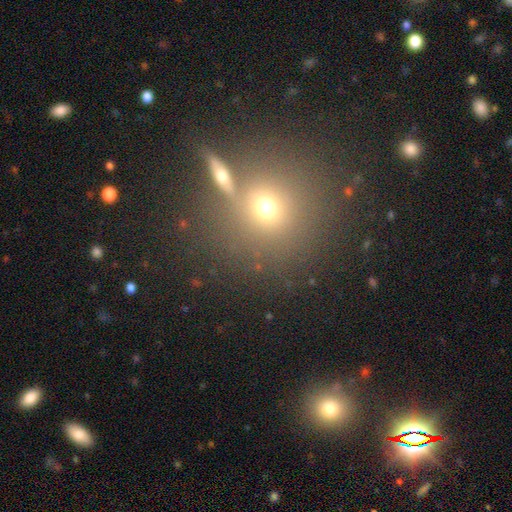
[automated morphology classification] The model was most divided on "smooth or featured": smooth: 50%, star or artifact: 37%, featured or disk: 14%. More confident: merging — none (74%).